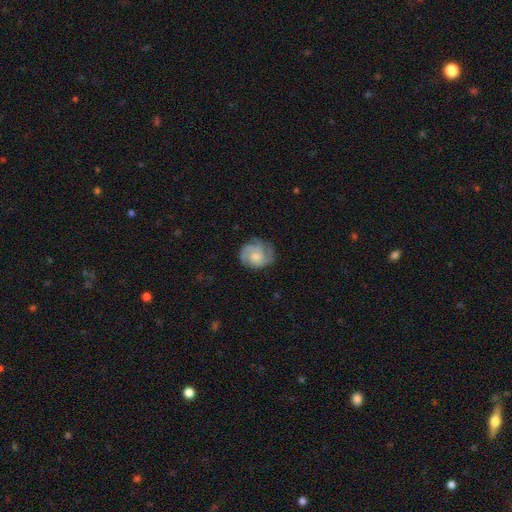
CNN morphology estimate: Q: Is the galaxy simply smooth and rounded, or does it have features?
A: featured or disk — 69%.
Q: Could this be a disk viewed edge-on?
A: no — 98%.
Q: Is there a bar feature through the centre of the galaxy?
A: no — 73%.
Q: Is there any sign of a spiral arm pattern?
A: yes — 93%.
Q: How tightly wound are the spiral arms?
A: tight — 49%.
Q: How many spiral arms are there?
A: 3 — 42%.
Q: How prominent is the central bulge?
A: moderate — 39%.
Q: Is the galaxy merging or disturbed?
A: none — 72%.